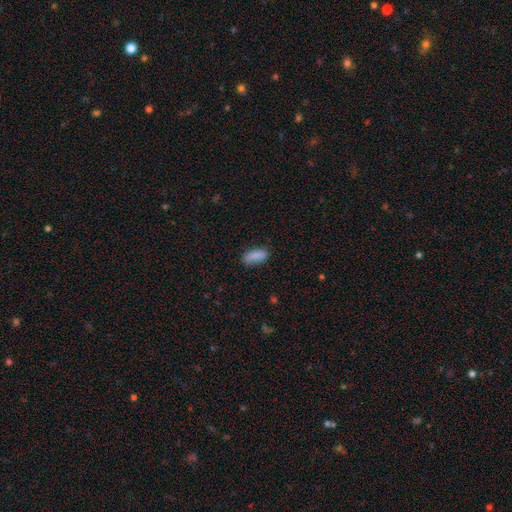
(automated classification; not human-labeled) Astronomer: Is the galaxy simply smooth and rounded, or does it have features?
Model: smooth — 86%.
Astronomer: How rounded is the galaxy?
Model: in between — 82%.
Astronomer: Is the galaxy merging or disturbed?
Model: none — 74%.